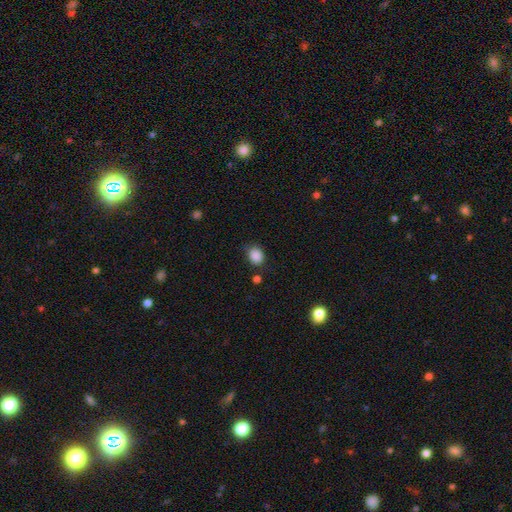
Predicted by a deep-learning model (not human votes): Smooth or featured?
  - smooth: 87% *
  - star or artifact: 10%
  - featured or disk: 3%
How rounded?
  - in between: 50% *
  - round: 49%
  - cigar-shaped: 1%
Merging?
  - none: 79% *
  - minor disturbance: 14%
  - major disturbance: 4%
  - merger: 3%